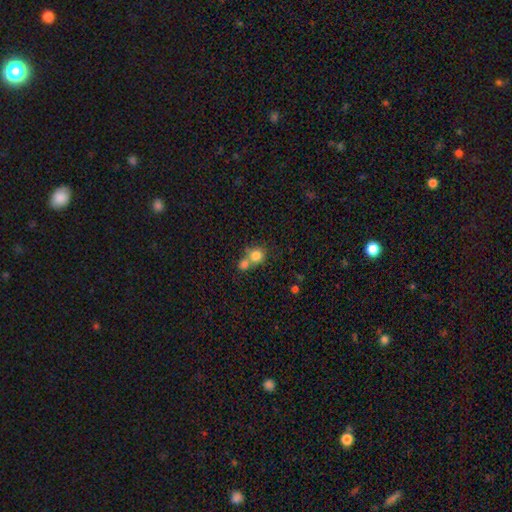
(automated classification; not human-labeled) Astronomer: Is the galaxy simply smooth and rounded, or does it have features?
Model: smooth — 80%.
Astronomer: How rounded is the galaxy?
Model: round — 86%.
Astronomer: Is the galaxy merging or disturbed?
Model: merger — 50% (runner-up: none, 41%).